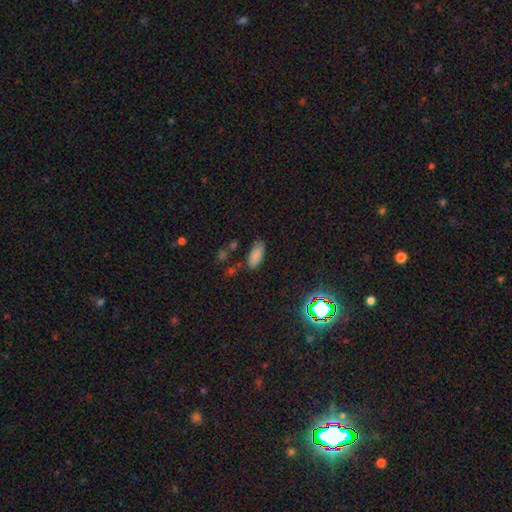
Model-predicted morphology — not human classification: The model was most divided on "merging": none: 73%, minor disturbance: 18%, major disturbance: 4%, merger: 4%. More confident: how rounded — in between (87%); smooth or featured — smooth (83%).